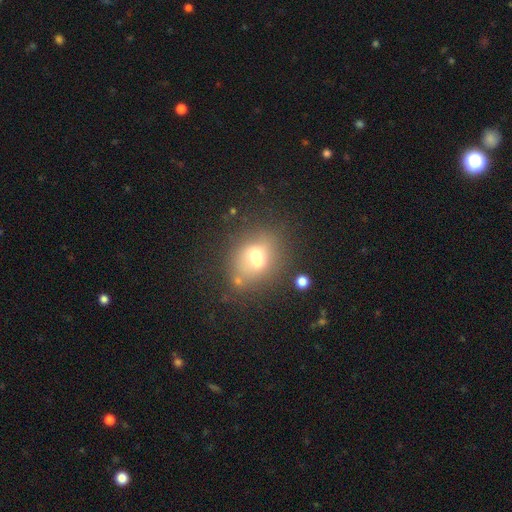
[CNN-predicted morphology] The model was most divided on "how rounded": round: 50%, in between: 48%, cigar-shaped: 2%. Remaining: smooth or featured — smooth (58%); merging — none (50%).